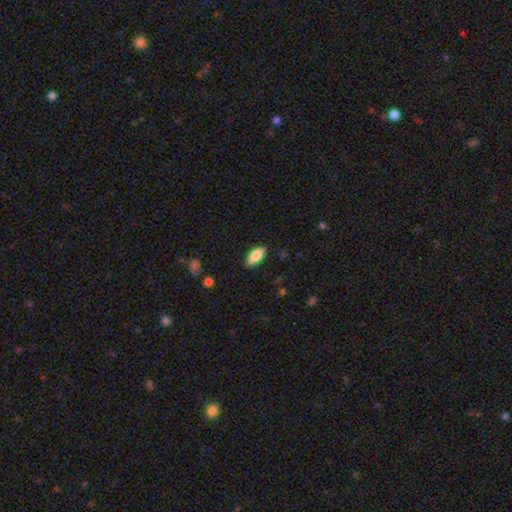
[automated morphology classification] A smooth galaxy with no disk features (82%) that is in between round and cigar-shaped (84%).

Vote fractions:
- Smooth or featured? smooth: 82% / featured or disk: 12% / star or artifact: 6%
- How rounded? in between: 84% / cigar-shaped: 14% / round: 2%
- Merging? none: 86% / minor disturbance: 11% / major disturbance: 2% / merger: 1%